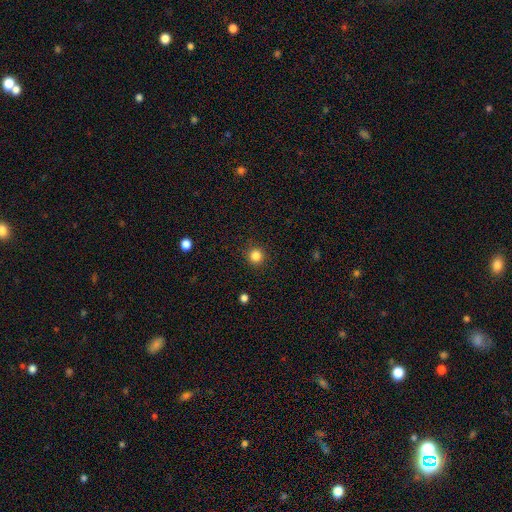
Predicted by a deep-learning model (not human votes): Overall: smooth (84%). How rounded: round (94%). Merging: none (91%).